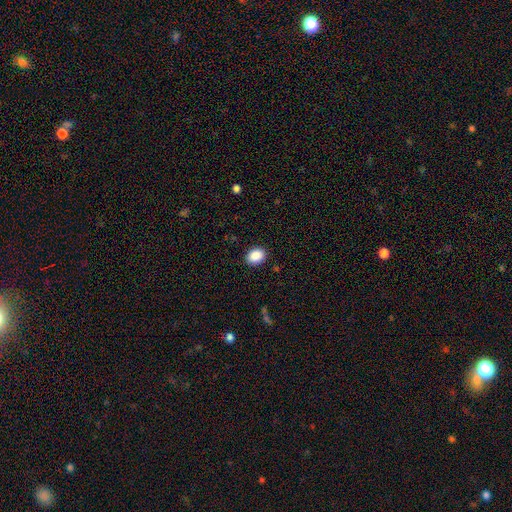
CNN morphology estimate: Q: Smooth or featured?
A: smooth (89%); runner-up: star or artifact (8%)
Q: How rounded?
A: in between (62%); runner-up: round (37%)
Q: Merging?
A: none (89%); runner-up: minor disturbance (8%)